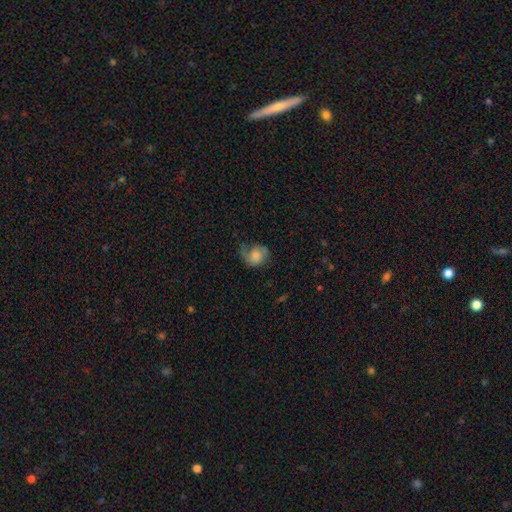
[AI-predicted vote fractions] A smooth galaxy with no disk features (48%). Merging: none (42%).